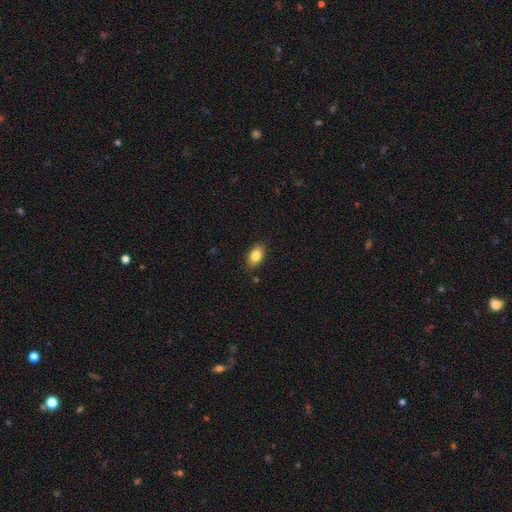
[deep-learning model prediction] The model was most divided on "merging": none: 86%, minor disturbance: 11%, major disturbance: 2%, merger: 1%. More confident: how rounded — in between (89%); smooth or featured — smooth (84%).